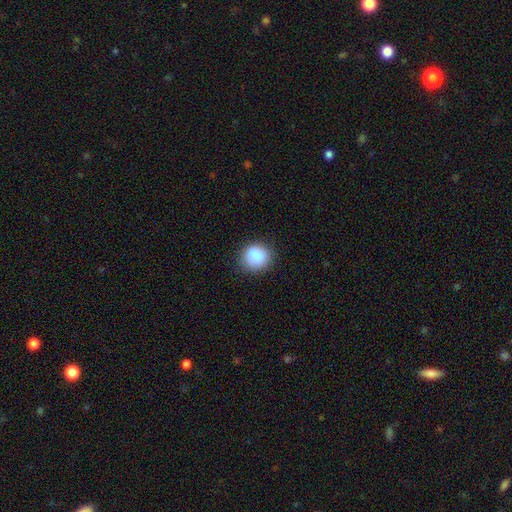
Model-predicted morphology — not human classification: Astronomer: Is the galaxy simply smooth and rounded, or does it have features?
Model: smooth — 86%.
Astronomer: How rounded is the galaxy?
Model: round — 77%.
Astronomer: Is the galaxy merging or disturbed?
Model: none — 80%.